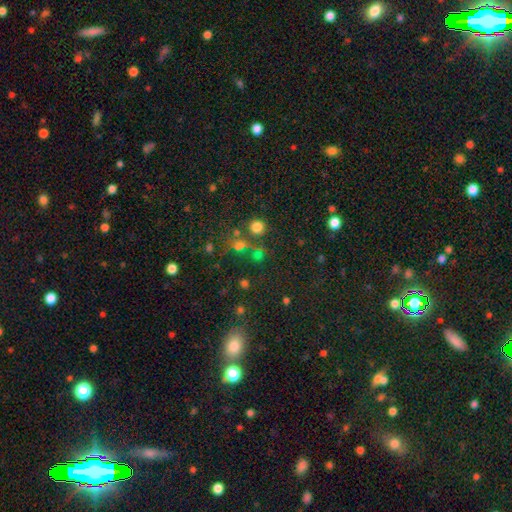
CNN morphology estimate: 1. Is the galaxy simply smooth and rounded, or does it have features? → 49% smooth, 41% star or artifact, 10% featured or disk.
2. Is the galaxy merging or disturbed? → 65% none, 20% merger, 9% minor disturbance, 6% major disturbance.